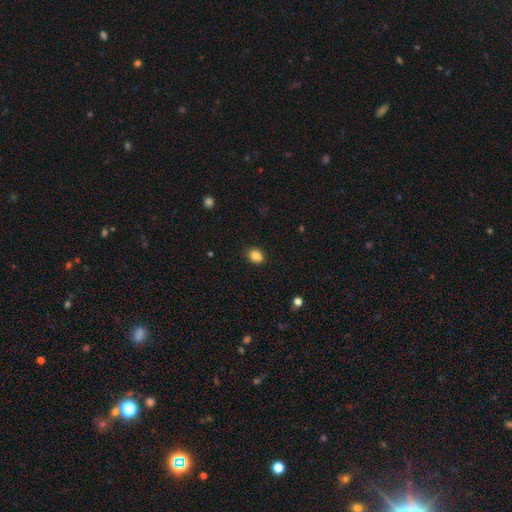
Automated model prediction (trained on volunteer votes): This is clearly a smooth galaxy (85%). How rounded: possibly in between (58%). Merging: clearly none (84%).